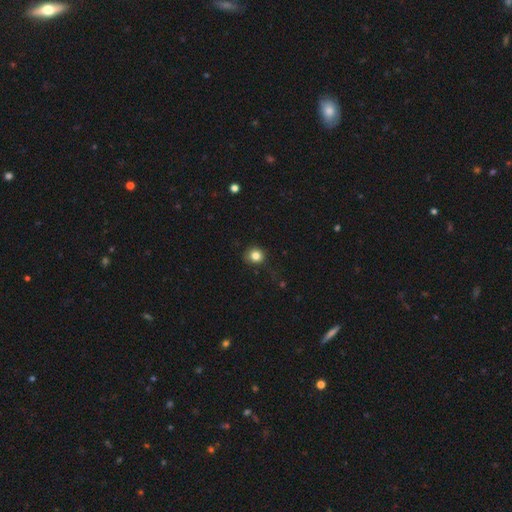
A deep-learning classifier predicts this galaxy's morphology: smooth_or_featured: smooth (p=0.81) [alt: star or artifact p=0.12]
how_rounded: round (p=0.85) [alt: in between p=0.14]
merging: none (p=0.79) [alt: minor disturbance p=0.16]